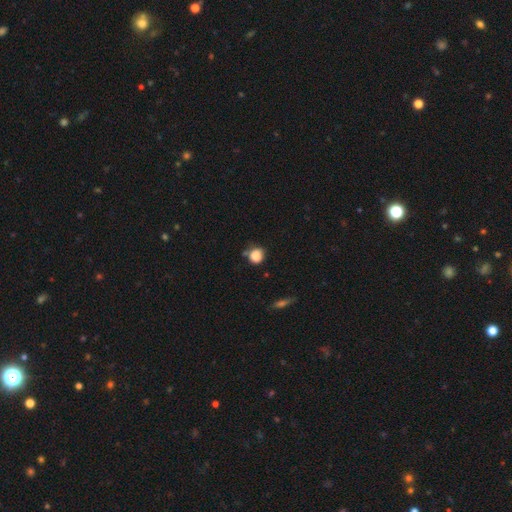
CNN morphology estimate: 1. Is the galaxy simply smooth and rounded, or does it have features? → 86% smooth, 10% star or artifact, 4% featured or disk.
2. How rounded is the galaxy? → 83% round, 16% in between, 1% cigar-shaped.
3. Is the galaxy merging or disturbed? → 66% none, 21% minor disturbance, 8% merger, 5% major disturbance.